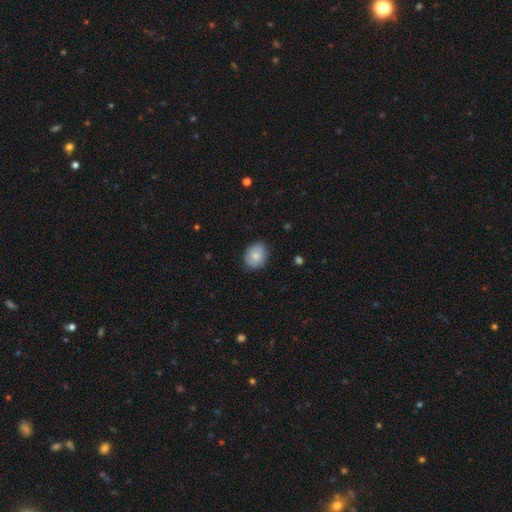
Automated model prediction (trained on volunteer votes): A smooth galaxy with no disk features (79%) that is round (51%).

Vote fractions:
- Smooth or featured? smooth: 79% / featured or disk: 14% / star or artifact: 7%
- How rounded? round: 51% / in between: 48% / cigar-shaped: 1%
- Merging? none: 82% / minor disturbance: 15% / major disturbance: 3% / merger: 1%